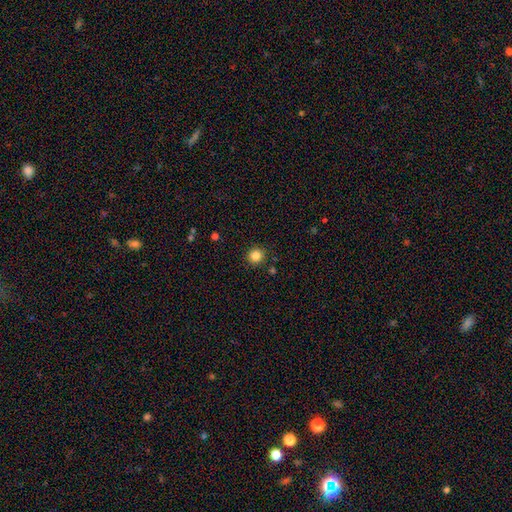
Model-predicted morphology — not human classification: smooth 85%, star or artifact 11%, featured or disk 4%. Down the decision tree: how rounded — round (91%); merging — none (91%).